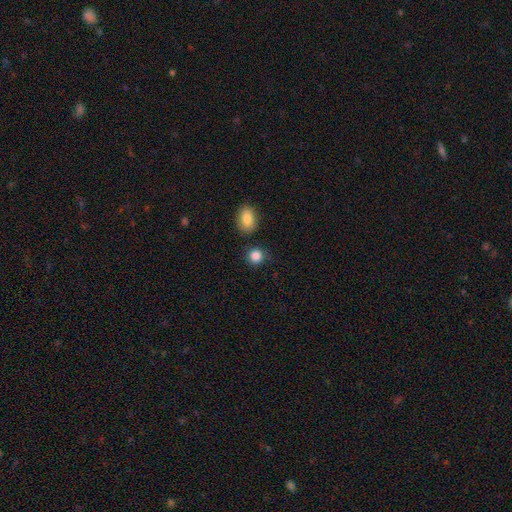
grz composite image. It shows a smooth galaxy with no disk features (92%) that is round (100%). Merging: none (92%).